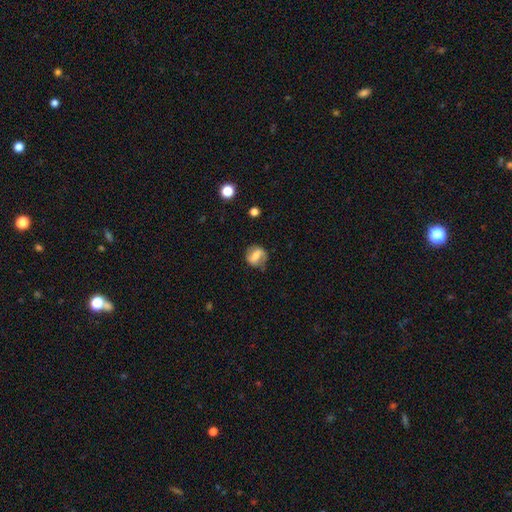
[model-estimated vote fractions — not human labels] Smooth or featured? Predicted: featured or disk (p=0.46). Merging? Predicted: none (p=0.60).